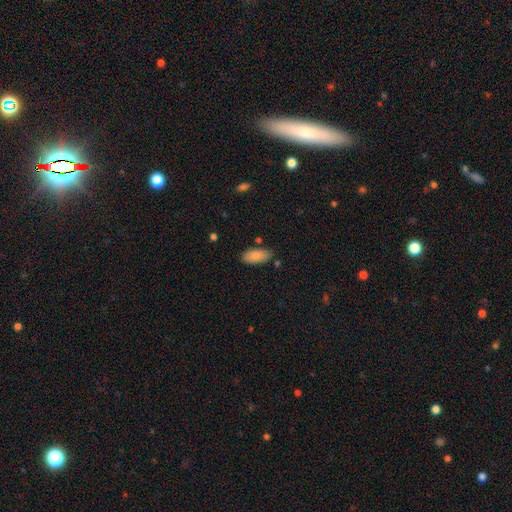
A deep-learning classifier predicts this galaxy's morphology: Smooth or featured? smooth (86%)
How rounded? in between (90%)
Merging? none (79%)